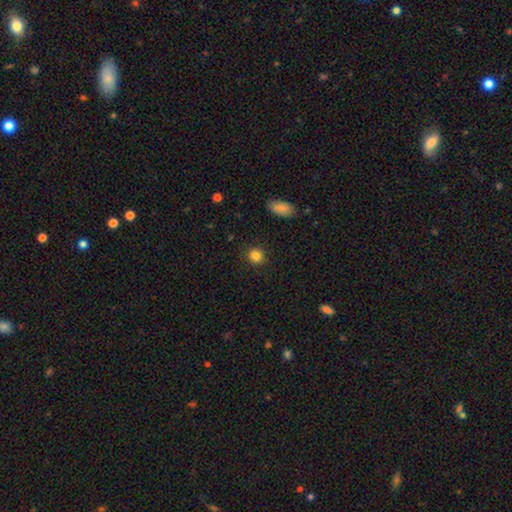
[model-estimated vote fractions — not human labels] Smooth or featured: smooth — 84% (star or artifact — 11%)
How rounded: round — 85% (in between — 14%)
Merging: none — 90% (minor disturbance — 7%)